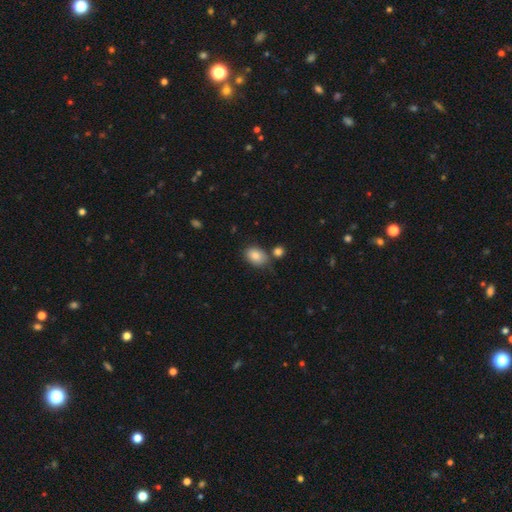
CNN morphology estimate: This appears to be a smooth galaxy with no disk features (85%) that is in between round and cigar-shaped (80%). Merging: none (69%).